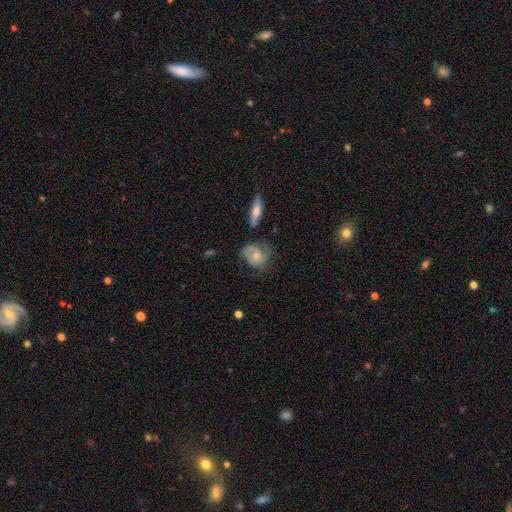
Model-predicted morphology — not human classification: Smooth or featured? Predicted: featured or disk (p=0.54). Edge-on disk? Predicted: no (p=0.95). Bar? Predicted: no (p=0.73). Spiral arms? Predicted: yes (p=0.79). Bulge size? Predicted: small (p=0.48). Merging? Predicted: none (p=0.49).